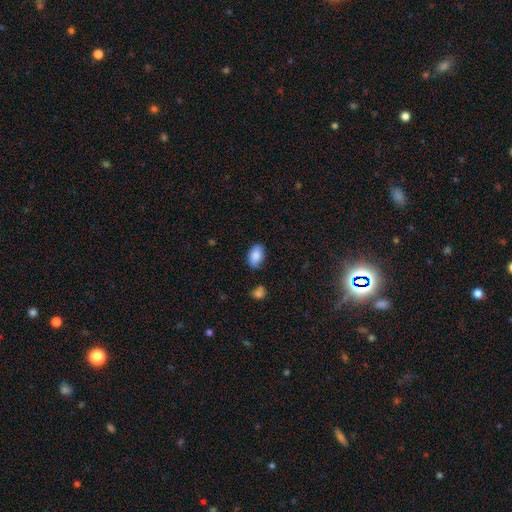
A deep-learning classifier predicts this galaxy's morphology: smooth-or-featured: smooth: 87% | star or artifact: 7% | featured or disk: 6%
  how-rounded: in between: 89% | round: 10% | cigar-shaped: 1%
  merging: none: 77% | minor disturbance: 17% | major disturbance: 3% | merger: 2%